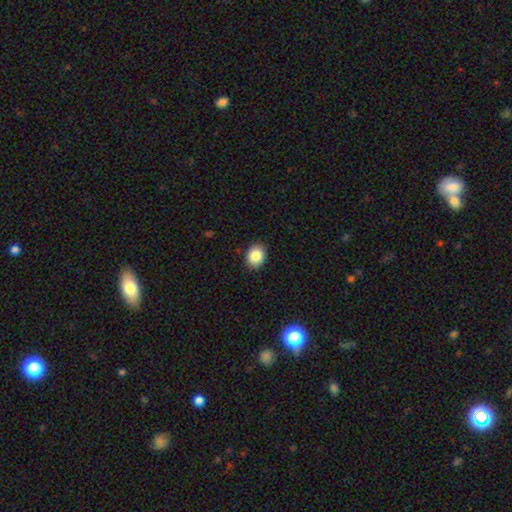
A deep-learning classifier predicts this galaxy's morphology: type=smooth (86%); roundness=in between (57%); merging=none (89%).